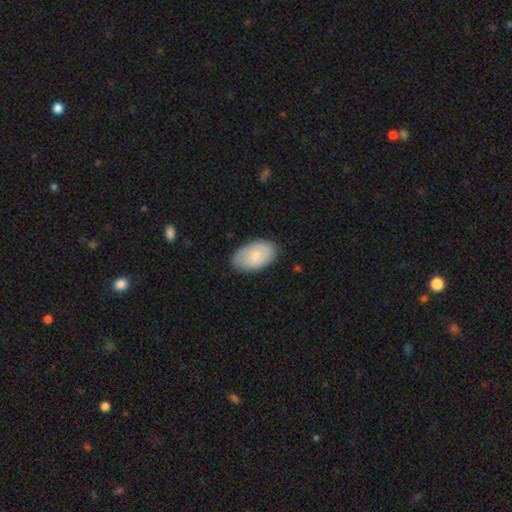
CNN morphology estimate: Q: Smooth or featured?
A: smooth (77%); runner-up: featured or disk (17%)
Q: How rounded?
A: in between (93%); runner-up: round (6%)
Q: Merging?
A: none (82%); runner-up: minor disturbance (14%)